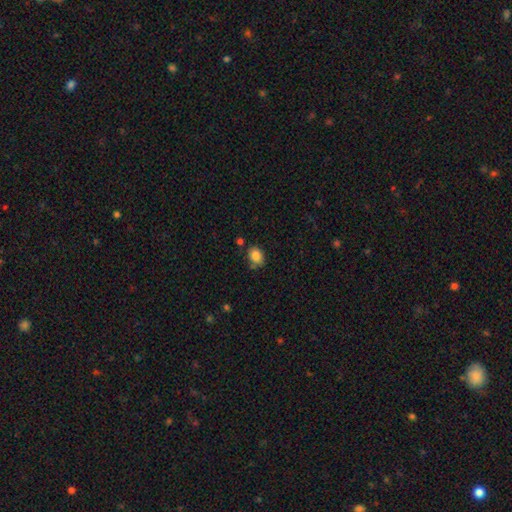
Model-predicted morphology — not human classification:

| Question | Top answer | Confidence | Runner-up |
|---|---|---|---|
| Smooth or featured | smooth | 85% | star or artifact (9%) |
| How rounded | in between | 63% | round (36%) |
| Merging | none | 71% | minor disturbance (18%) |